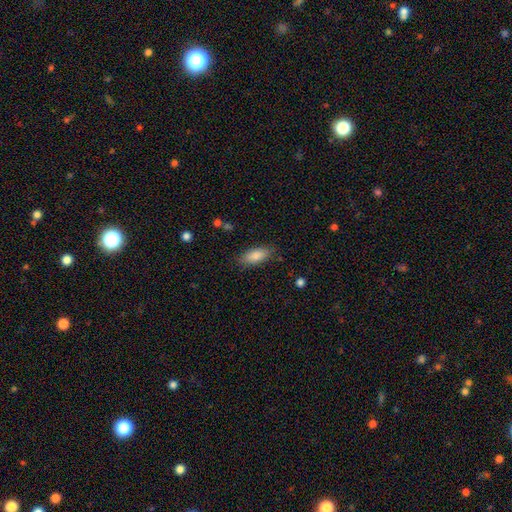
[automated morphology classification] smooth_or_featured: smooth (p=0.86) [alt: featured or disk p=0.07]
how_rounded: in between (p=0.84) [alt: cigar-shaped p=0.14]
merging: none (p=0.83) [alt: minor disturbance p=0.12]